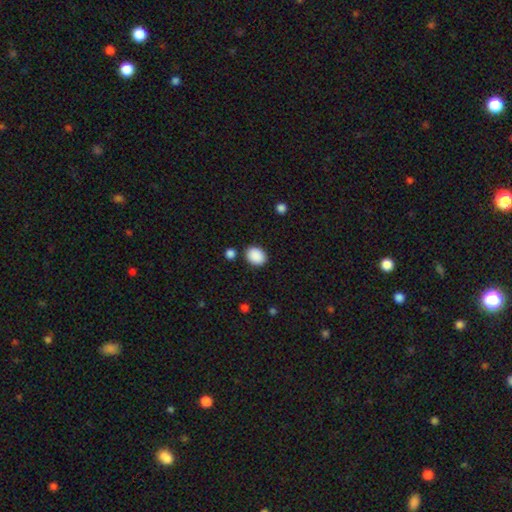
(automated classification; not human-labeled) Q: Smooth or featured?
A: smooth (89%); runner-up: star or artifact (8%)
Q: How rounded?
A: in between (53%); runner-up: round (47%)
Q: Merging?
A: none (84%); runner-up: minor disturbance (9%)